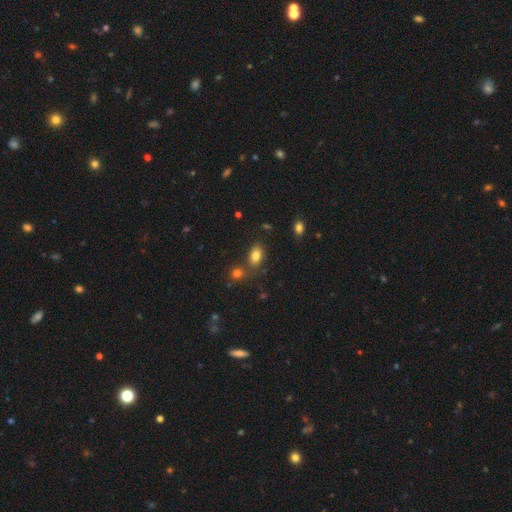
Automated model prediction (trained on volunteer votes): This appears to be a smooth galaxy with no disk features (81%) that is in between round and cigar-shaped (86%). Merging: none (69%).